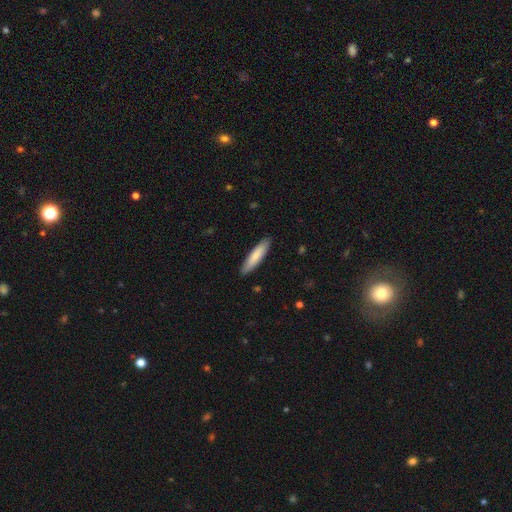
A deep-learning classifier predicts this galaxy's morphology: Q: Smooth or featured?
A: smooth (82%); runner-up: featured or disk (13%)
Q: How rounded?
A: cigar-shaped (81%); runner-up: in between (18%)
Q: Merging?
A: none (89%); runner-up: minor disturbance (8%)